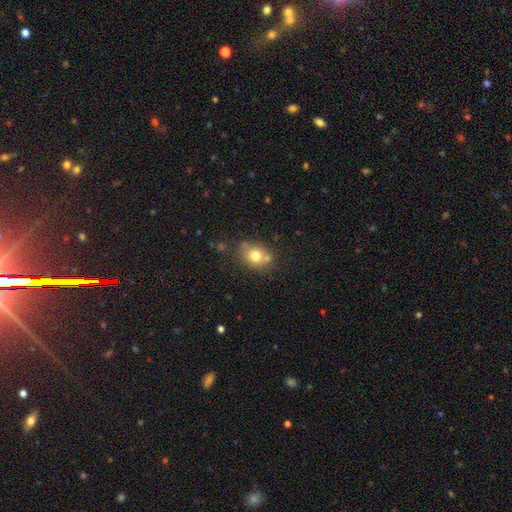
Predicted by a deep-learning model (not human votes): Overall: smooth (74%). How rounded: round (59%; in between 40%). Merging: none (62%).